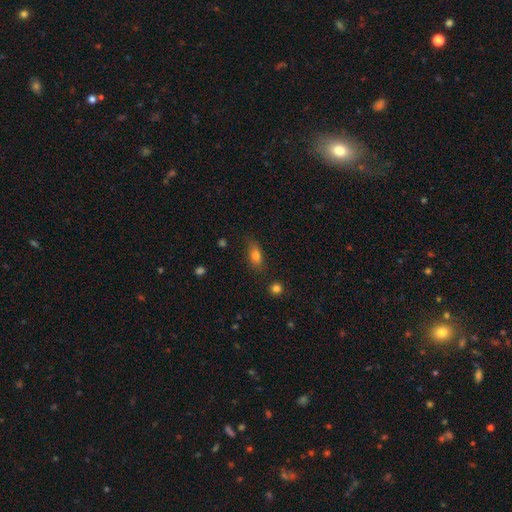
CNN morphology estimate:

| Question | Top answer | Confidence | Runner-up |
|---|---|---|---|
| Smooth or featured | smooth | 77% | featured or disk (13%) |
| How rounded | in between | 79% | cigar-shaped (13%) |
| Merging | none | 75% | minor disturbance (18%) |